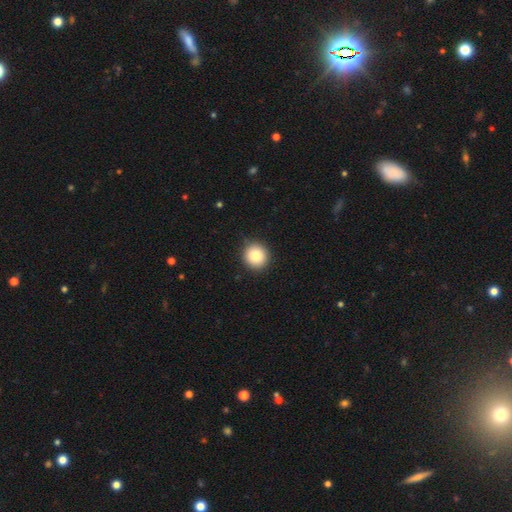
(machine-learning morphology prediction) type=smooth (82%); roundness=round (89%); merging=none (90%).